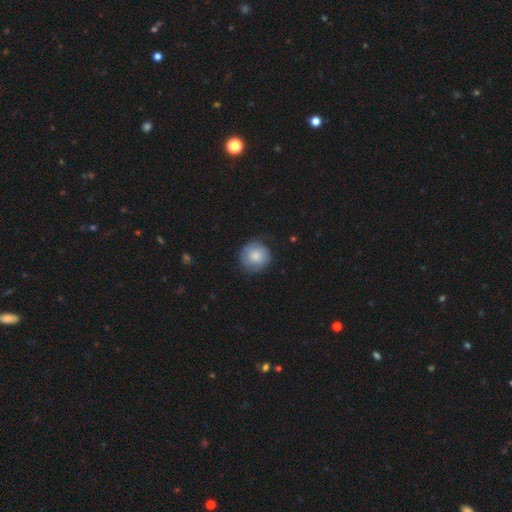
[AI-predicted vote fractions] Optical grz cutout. It shows a smooth galaxy with no disk features (78%) that is round (93%). Merging: none (78%).